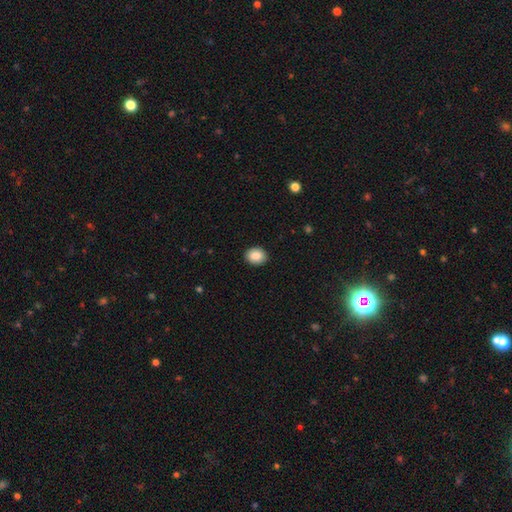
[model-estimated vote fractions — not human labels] smooth 87%, star or artifact 8%, featured or disk 5%. Down the decision tree: how rounded — round (59%); merging — none (91%).